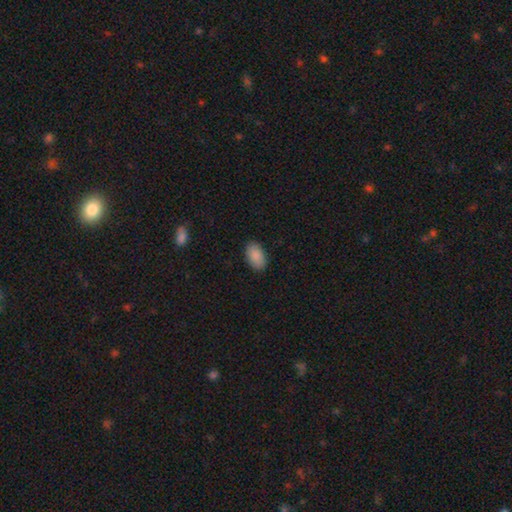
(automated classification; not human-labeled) This appears to be a smooth galaxy with no disk features (90%) that is in between round and cigar-shaped (94%). Merging: none (89%).